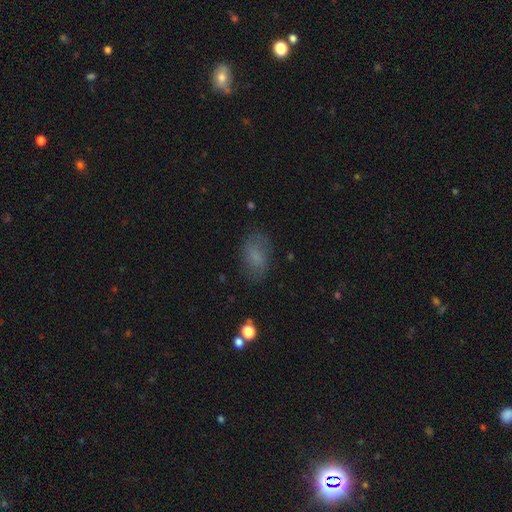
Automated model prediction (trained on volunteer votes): smooth_or_featured: smooth (p=0.70) [alt: featured or disk p=0.17]
how_rounded: in between (p=0.88) [alt: round p=0.10]
merging: none (p=0.73) [alt: minor disturbance p=0.18]